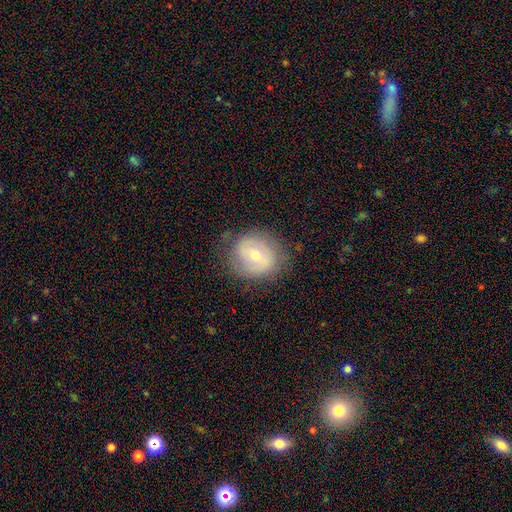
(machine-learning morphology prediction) smooth-or-featured: featured or disk: 51% | smooth: 40% | star or artifact: 9%
  disk-edge-on: no: 96% | yes: 4%
  merging: none: 76% | minor disturbance: 17% | major disturbance: 6% | merger: 1%